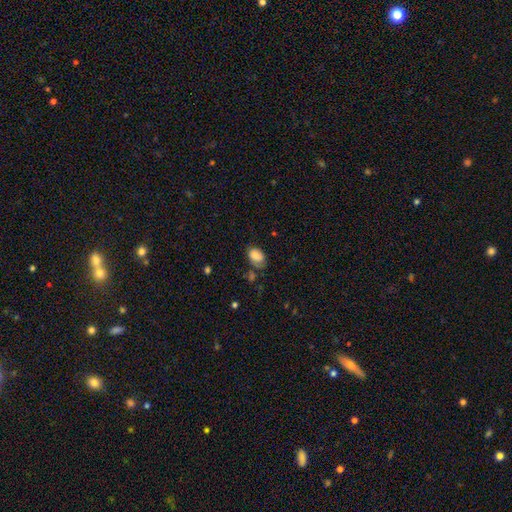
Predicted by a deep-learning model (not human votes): Morphology: type=smooth (81%); roundness=in between (83%); merging=none (59%).